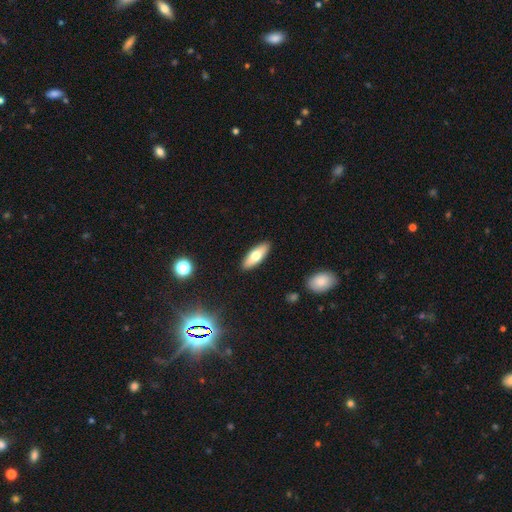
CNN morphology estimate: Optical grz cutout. It shows a smooth galaxy with no disk features (68%) that is in between round and cigar-shaped (66%). Merging: none (89%).